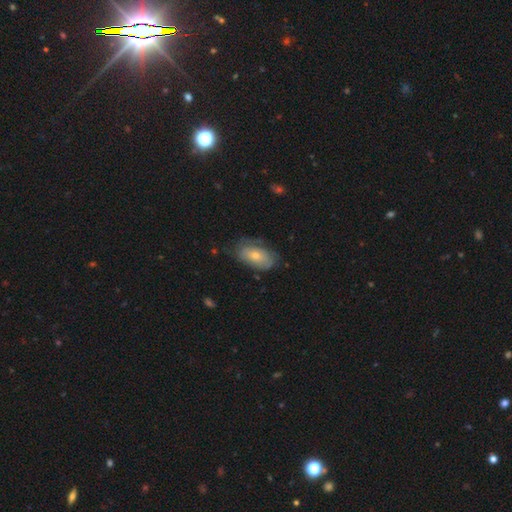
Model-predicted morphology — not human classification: type=smooth (56%); roundness=in between (91%); merging=none (60%).